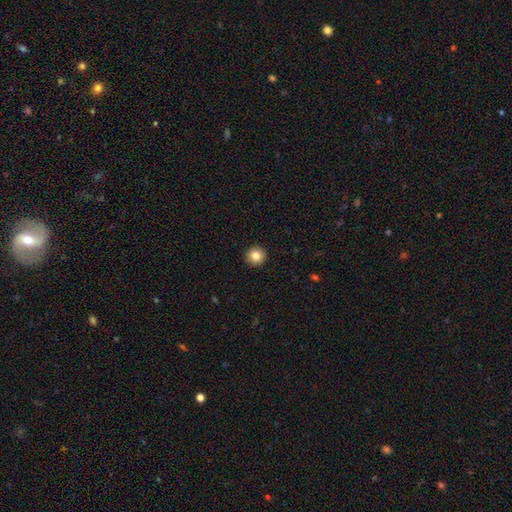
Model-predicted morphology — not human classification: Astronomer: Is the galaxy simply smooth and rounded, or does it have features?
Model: smooth — 84%.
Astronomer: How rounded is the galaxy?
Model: round — 95%.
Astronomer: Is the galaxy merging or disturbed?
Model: none — 94%.